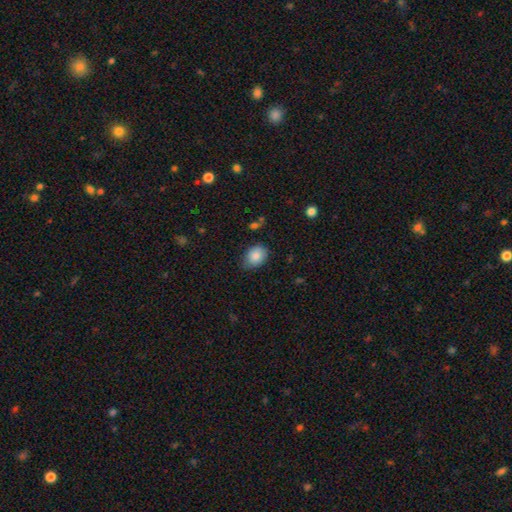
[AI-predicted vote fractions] Smooth or featured?
  - smooth: 85% *
  - star or artifact: 8%
  - featured or disk: 7%
How rounded?
  - in between: 65% *
  - round: 34%
  - cigar-shaped: 1%
Merging?
  - none: 75% *
  - minor disturbance: 20%
  - major disturbance: 3%
  - merger: 1%